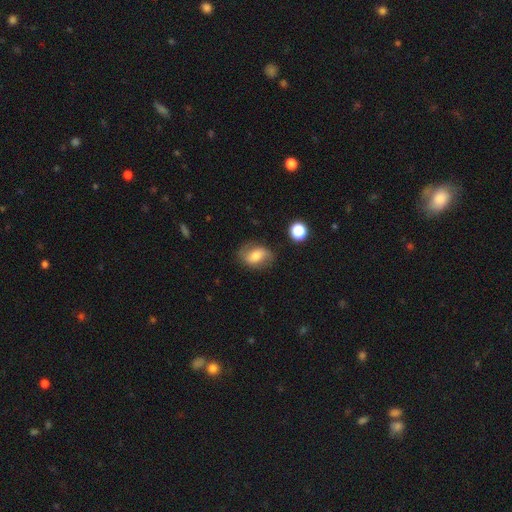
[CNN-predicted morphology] Overall: smooth (54%; featured or disk 37%). How rounded: in between (75%). Merging: none (72%).